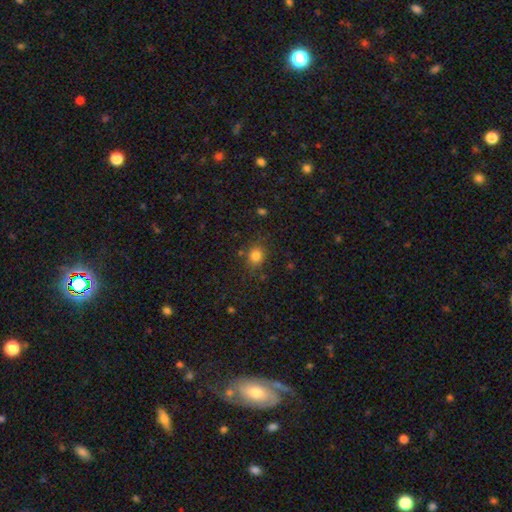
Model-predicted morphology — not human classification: A smooth galaxy with no disk features (81%) that is round (65%).

Vote fractions:
- Smooth or featured? smooth: 81% / star or artifact: 13% / featured or disk: 5%
- How rounded? round: 65% / in between: 34% / cigar-shaped: 1%
- Merging? none: 79% / minor disturbance: 13% / major disturbance: 4% / merger: 4%